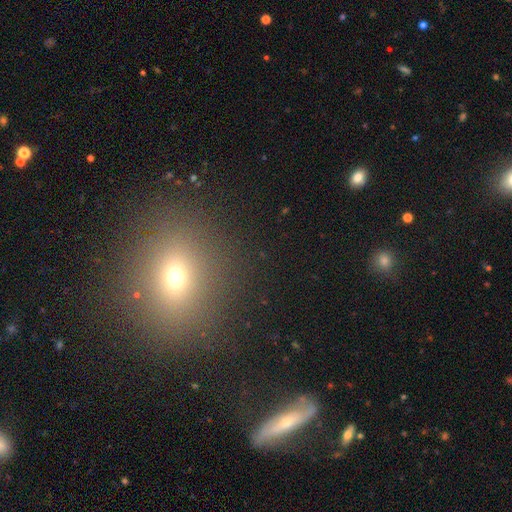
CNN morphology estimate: smooth_or_featured: smooth (p=0.54) [alt: star or artifact p=0.31]
how_rounded: round (p=0.60) [alt: in between p=0.35]
merging: none (p=0.86) [alt: minor disturbance p=0.08]